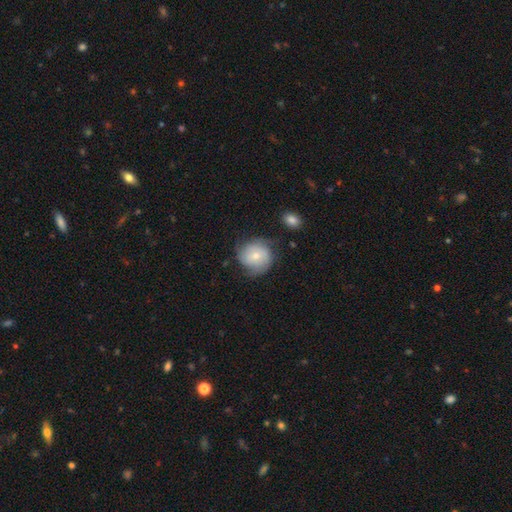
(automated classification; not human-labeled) smooth 54%, featured or disk 39%, star or artifact 7%. Down the decision tree: how rounded — round (86%); merging — none (60%).